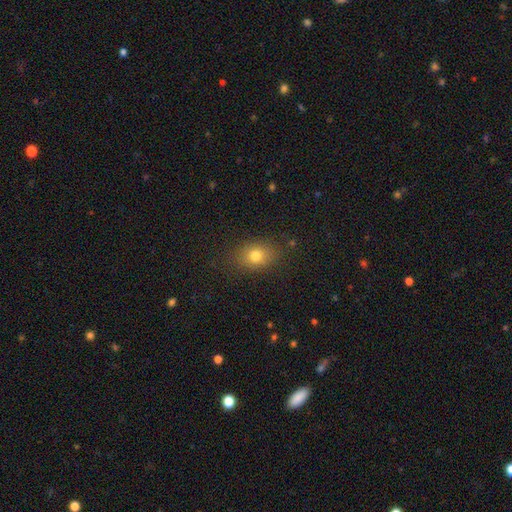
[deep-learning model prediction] Smooth or featured? Predicted: smooth (p=0.77). How rounded? Predicted: in between (p=0.64). Merging? Predicted: none (p=0.84).